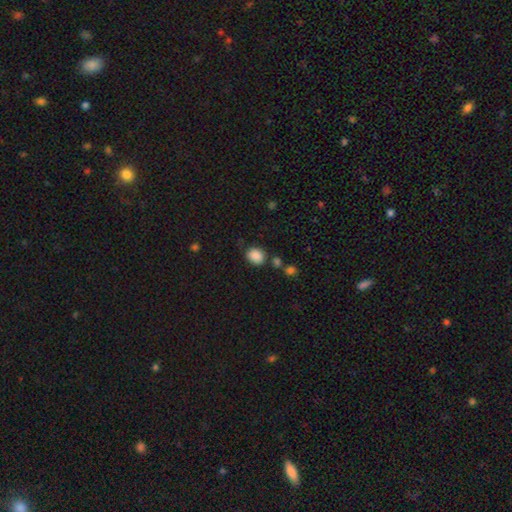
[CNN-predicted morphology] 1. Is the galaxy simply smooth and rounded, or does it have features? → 87% smooth, 9% star or artifact, 3% featured or disk.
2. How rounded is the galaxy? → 52% round, 47% in between, 1% cigar-shaped.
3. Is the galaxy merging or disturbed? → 74% none, 15% minor disturbance, 6% merger, 5% major disturbance.